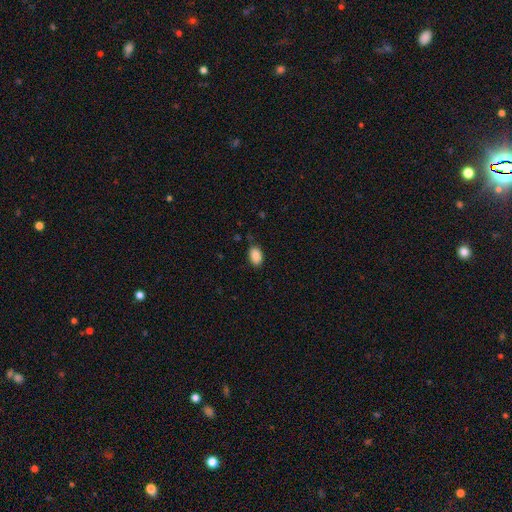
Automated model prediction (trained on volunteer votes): Smooth or featured: smooth — 88% (star or artifact — 8%)
How rounded: in between — 88% (round — 11%)
Merging: none — 79% (minor disturbance — 17%)